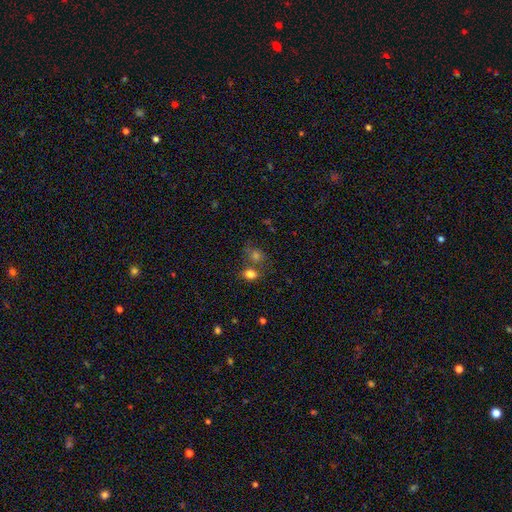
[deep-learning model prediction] This is likely a smooth galaxy (61%). How rounded: likely round (64%). Merging: possibly none (52%).